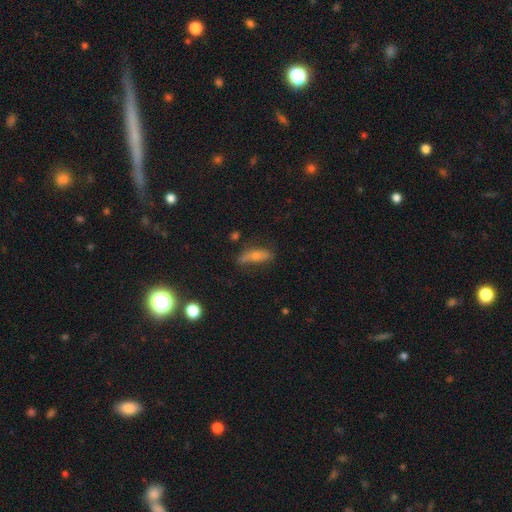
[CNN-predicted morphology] A smooth galaxy with no disk features (60%) that is in between round and cigar-shaped (56%).

Vote fractions:
- Smooth or featured? smooth: 60% / featured or disk: 30% / star or artifact: 9%
- How rounded? in between: 56% / cigar-shaped: 40% / round: 3%
- Merging? none: 57% / minor disturbance: 27% / major disturbance: 11% / merger: 4%